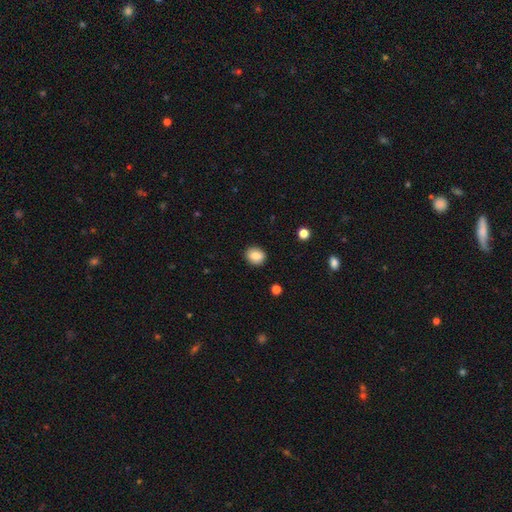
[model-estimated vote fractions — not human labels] smooth 83%, star or artifact 9%, featured or disk 8%. Down the decision tree: how rounded — round (67%); merging — none (90%).